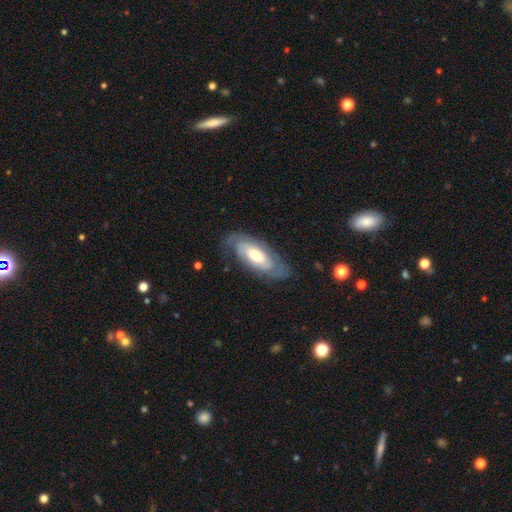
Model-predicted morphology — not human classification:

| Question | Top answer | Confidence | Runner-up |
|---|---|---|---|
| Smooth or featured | featured or disk | 69% | smooth (26%) |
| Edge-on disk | no | 88% | yes (12%) |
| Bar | no | 67% | weak (24%) |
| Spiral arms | yes | 80% | no (20%) |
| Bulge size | moderate | 64% | small (22%) |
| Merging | none | 74% | minor disturbance (18%) |